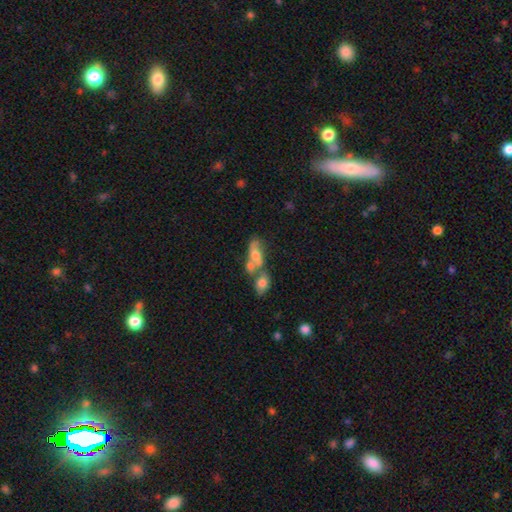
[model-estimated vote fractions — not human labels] Smooth or featured: smooth — 51% (featured or disk — 38%)
How rounded: in between — 76% (round — 12%)
Merging: merger — 60% (none — 21%)